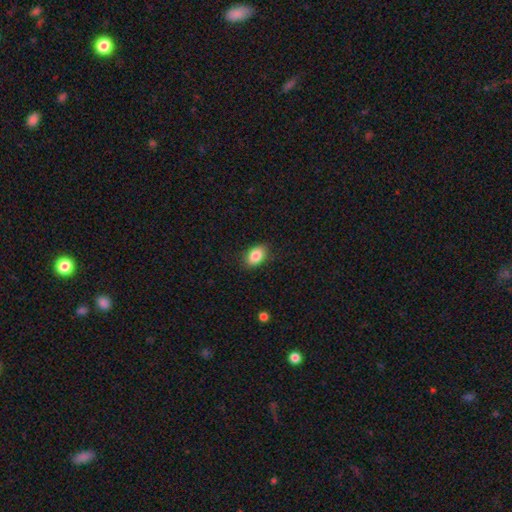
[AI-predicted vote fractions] Smooth or featured?
  - smooth: 85% *
  - star or artifact: 8%
  - featured or disk: 7%
How rounded?
  - in between: 86% *
  - round: 13%
  - cigar-shaped: 2%
Merging?
  - none: 85% *
  - minor disturbance: 11%
  - major disturbance: 3%
  - merger: 1%